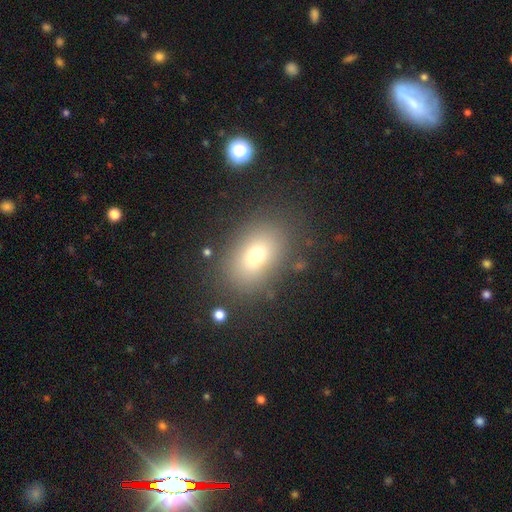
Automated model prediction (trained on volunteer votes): Smooth or featured?
  - smooth: 71% *
  - star or artifact: 15%
  - featured or disk: 14%
How rounded?
  - in between: 72% *
  - round: 27%
  - cigar-shaped: 2%
Merging?
  - none: 81% *
  - minor disturbance: 11%
  - major disturbance: 6%
  - merger: 2%